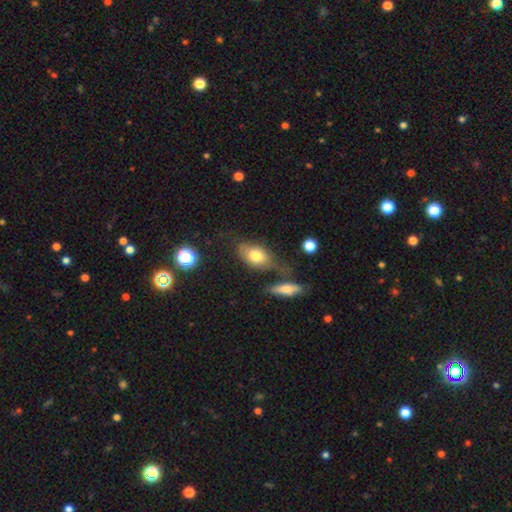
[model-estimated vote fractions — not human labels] Smooth or featured? smooth (73%)
How rounded? in between (84%)
Merging? none (49%)